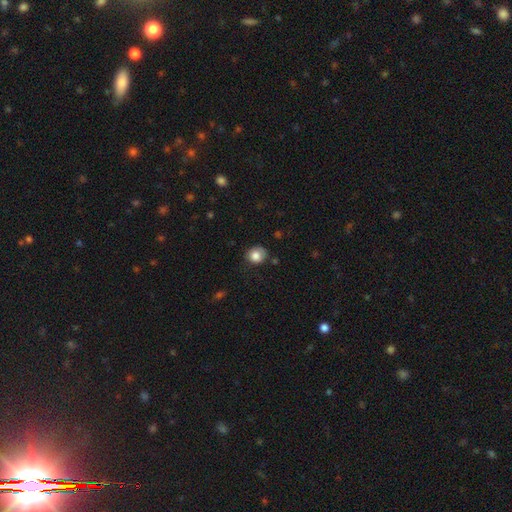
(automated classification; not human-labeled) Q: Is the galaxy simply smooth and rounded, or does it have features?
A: smooth — 82%.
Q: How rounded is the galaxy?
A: round — 72%.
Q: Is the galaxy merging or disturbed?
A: none — 68%.